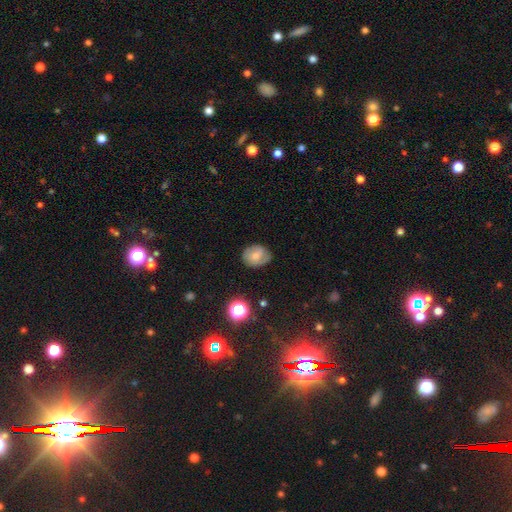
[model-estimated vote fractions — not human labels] This is possibly a smooth galaxy (51%). How rounded: possibly round (54%). Merging: likely none (72%).